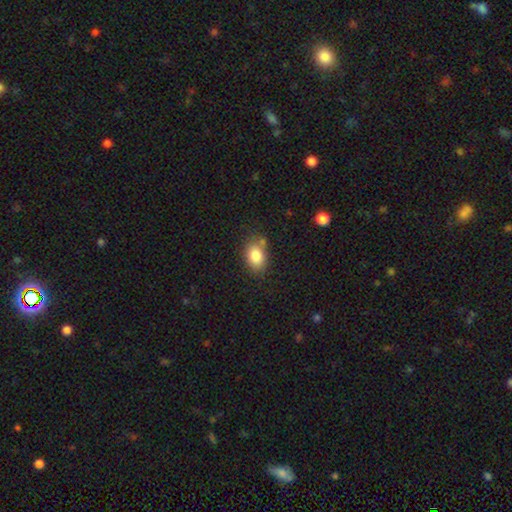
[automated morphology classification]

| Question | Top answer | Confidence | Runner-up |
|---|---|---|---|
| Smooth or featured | smooth | 83% | star or artifact (9%) |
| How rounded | in between | 75% | round (23%) |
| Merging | none | 68% | minor disturbance (19%) |